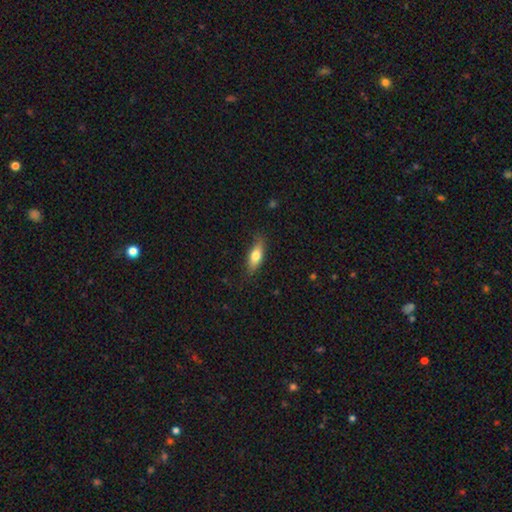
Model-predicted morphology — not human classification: smooth-or-featured: smooth: 71% | featured or disk: 22% | star or artifact: 7%
  how-rounded: in between: 65% | cigar-shaped: 32% | round: 3%
  merging: none: 80% | minor disturbance: 16% | major disturbance: 3% | merger: 1%